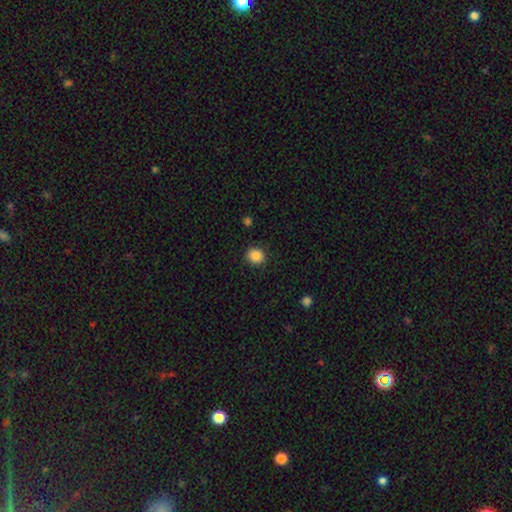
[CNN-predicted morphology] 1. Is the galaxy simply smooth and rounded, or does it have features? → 87% smooth, 10% star or artifact, 3% featured or disk.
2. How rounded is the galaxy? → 85% round, 14% in between, 1% cigar-shaped.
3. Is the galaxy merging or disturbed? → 90% none, 7% minor disturbance, 2% major disturbance, 1% merger.